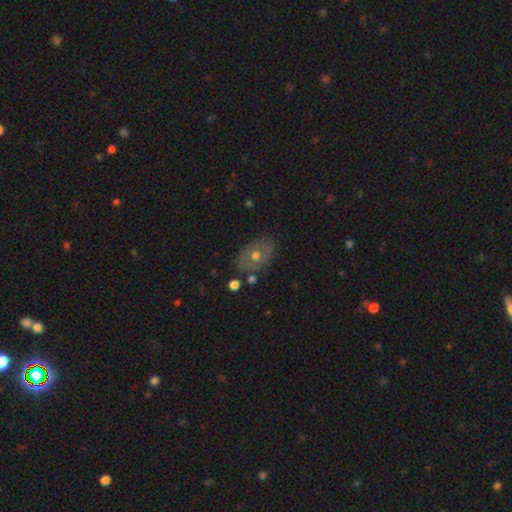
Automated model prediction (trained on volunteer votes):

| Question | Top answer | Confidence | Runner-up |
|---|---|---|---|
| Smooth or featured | smooth | 47% | featured or disk (42%) |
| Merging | none | 79% | minor disturbance (13%) |